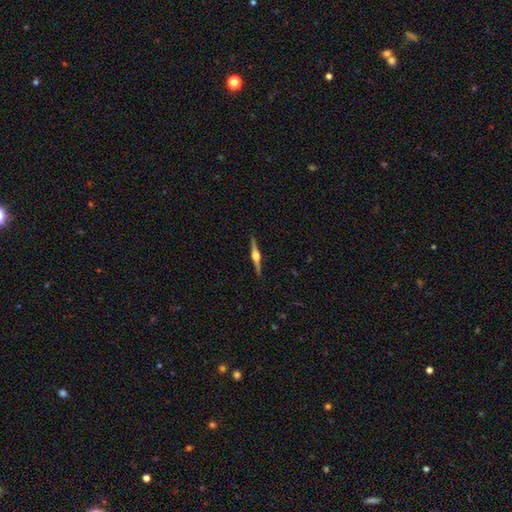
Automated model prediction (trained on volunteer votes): smooth-or-featured: featured or disk: 83% | smooth: 12% | star or artifact: 5%
  disk-edge-on: yes: 99% | no: 1%
    edge-on-bulge: rounded: 93% | boxy: 5% | none: 2%
  merging: none: 91% | minor disturbance: 6% | major disturbance: 1% | merger: 1%